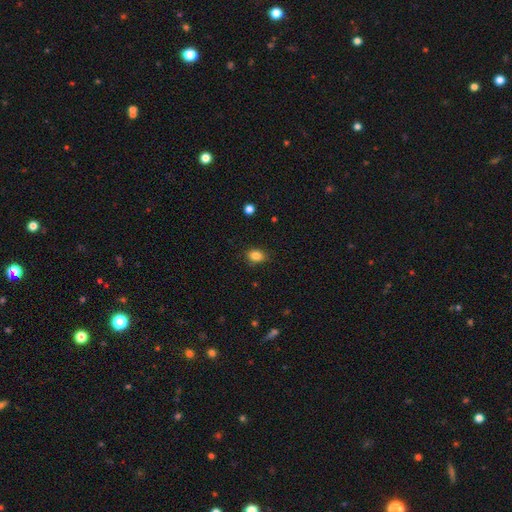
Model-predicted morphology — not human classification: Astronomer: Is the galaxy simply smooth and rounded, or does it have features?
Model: smooth — 84%.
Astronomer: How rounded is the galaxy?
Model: in between — 63%.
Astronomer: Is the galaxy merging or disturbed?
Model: none — 83%.